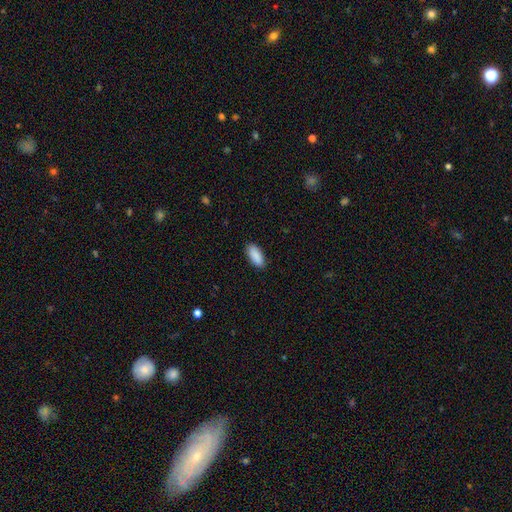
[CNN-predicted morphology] smooth_or_featured: smooth (p=0.91) [alt: star or artifact p=0.06]
how_rounded: in between (p=0.88) [alt: cigar-shaped p=0.11]
merging: none (p=0.88) [alt: minor disturbance p=0.09]